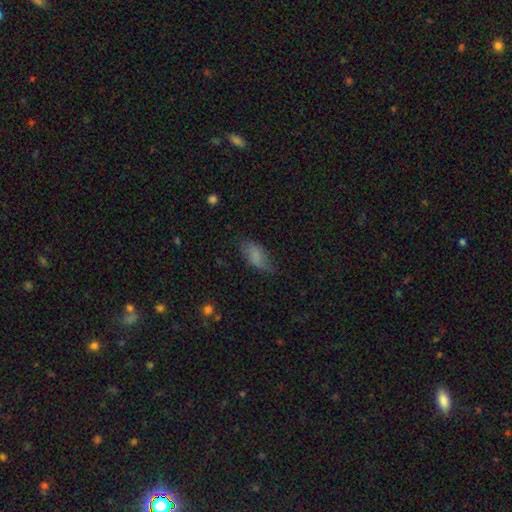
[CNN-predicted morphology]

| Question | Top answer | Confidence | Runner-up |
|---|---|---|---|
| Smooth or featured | smooth | 77% | featured or disk (14%) |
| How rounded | in between | 88% | cigar-shaped (9%) |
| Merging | none | 62% | minor disturbance (28%) |